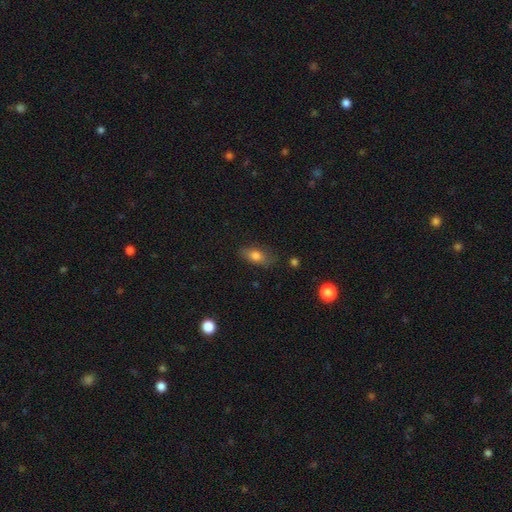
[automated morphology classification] Q: Smooth or featured?
A: smooth (76%); runner-up: featured or disk (15%)
Q: How rounded?
A: in between (82%); runner-up: round (9%)
Q: Merging?
A: none (77%); runner-up: minor disturbance (17%)